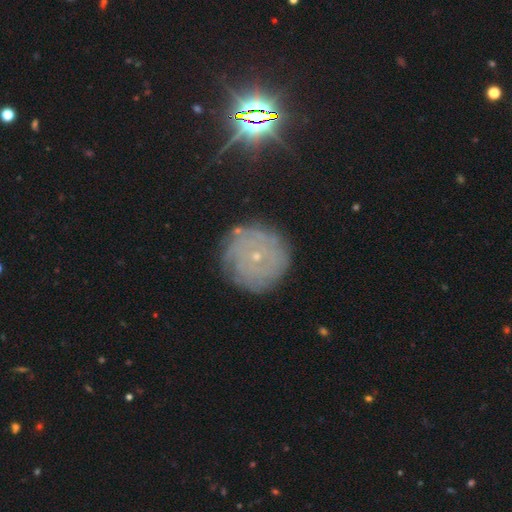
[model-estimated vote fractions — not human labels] The model was most divided on "spiral arm count": can't tell: 51%, 4: 11%, more than 4: 11%, 3: 10%, 2: 10%, 1: 6%. More confident: edge-on disk — no (96%); bulge size — small (87%); bar — no (85%); spiral arms — yes (85%); spiral winding — tight (82%); merging — none (82%); smooth or featured — featured or disk (63%).